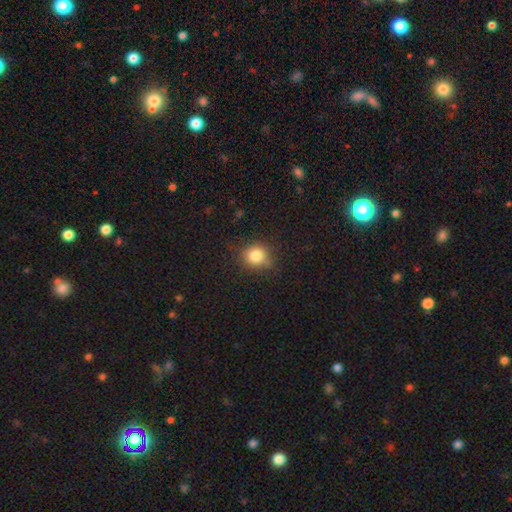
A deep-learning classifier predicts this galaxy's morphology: Smooth or featured? smooth (83%)
How rounded? round (78%)
Merging? none (74%)